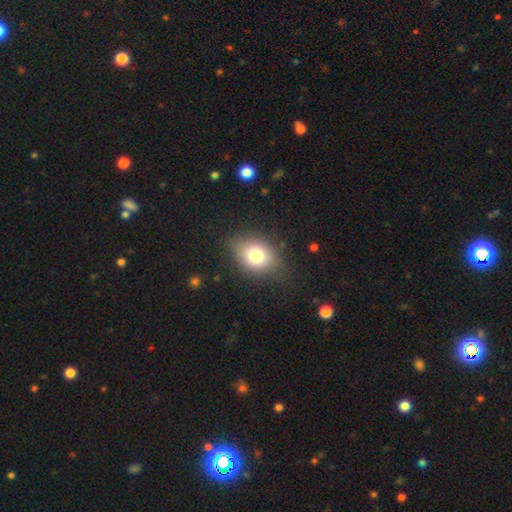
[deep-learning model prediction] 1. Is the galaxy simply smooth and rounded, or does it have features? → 76% smooth, 13% featured or disk, 11% star or artifact.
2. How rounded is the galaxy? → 63% in between, 36% round, 1% cigar-shaped.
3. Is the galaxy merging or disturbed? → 75% none, 18% minor disturbance, 6% major disturbance, 1% merger.